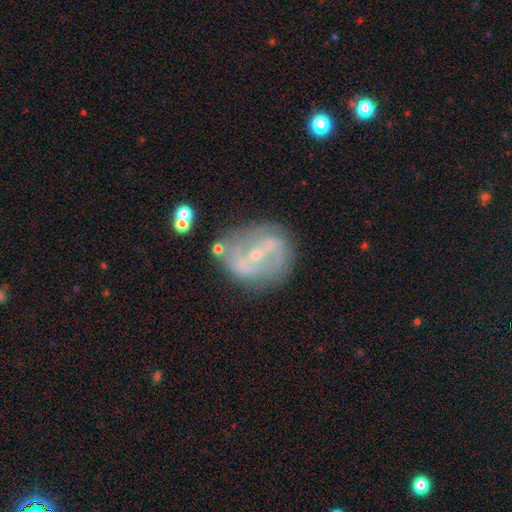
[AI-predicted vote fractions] The model was most divided on "spiral winding": medium: 43%, tight: 32%, loose: 25%. Remaining: edge-on disk — no (95%); smooth or featured — featured or disk (80%); spiral arms — yes (77%); bulge size — small (72%); spiral arm count — 2 (71%); merging — none (68%); bar — strong (47%).